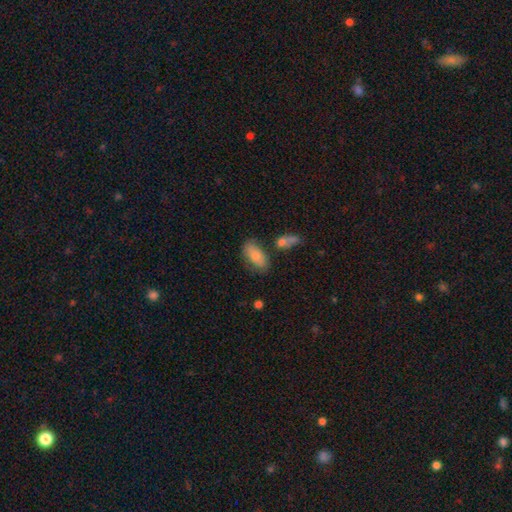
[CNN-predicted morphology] Smooth or featured: smooth — 79% (featured or disk — 14%)
How rounded: in between — 91% (cigar-shaped — 6%)
Merging: none — 66% (minor disturbance — 19%)